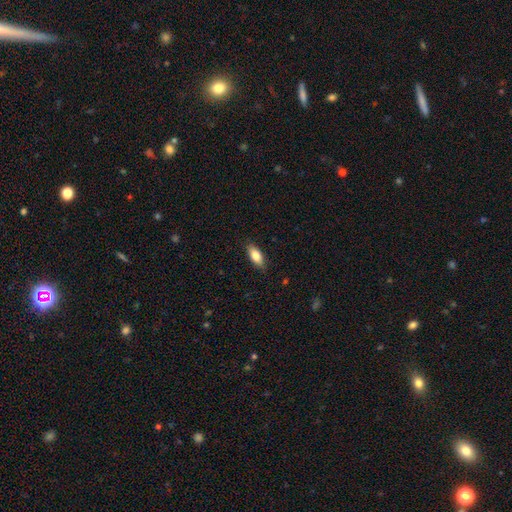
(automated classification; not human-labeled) smooth 80%, featured or disk 13%, star or artifact 7%. Down the decision tree: how rounded — in between (82%); merging — none (86%).